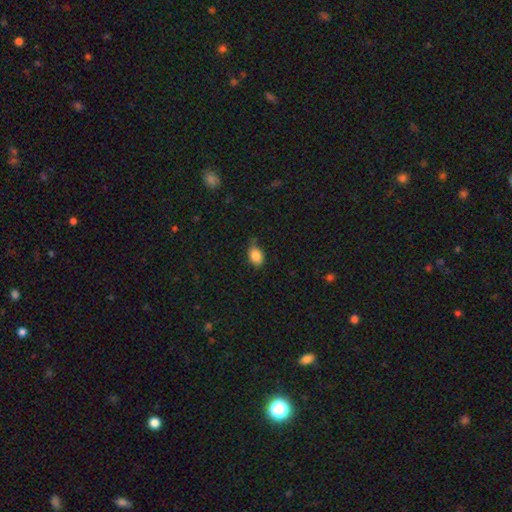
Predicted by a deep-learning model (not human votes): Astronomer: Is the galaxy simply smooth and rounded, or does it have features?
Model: smooth — 86%.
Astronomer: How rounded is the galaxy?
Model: in between — 84%.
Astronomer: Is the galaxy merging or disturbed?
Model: none — 69%.